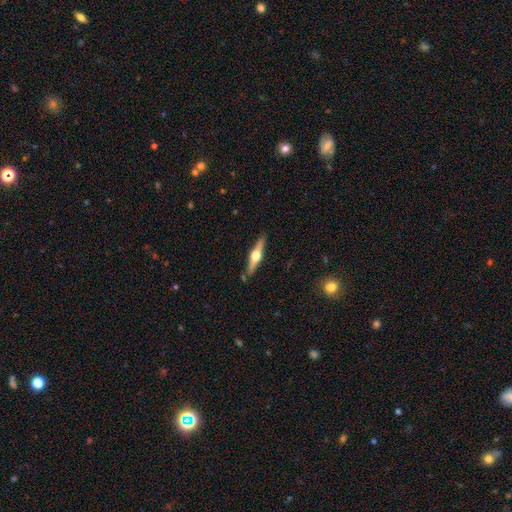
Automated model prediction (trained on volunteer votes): Smooth or featured? featured or disk (70%)
Edge-on disk? yes (97%)
Edge-on bulge? rounded (96%)
Merging? none (87%)